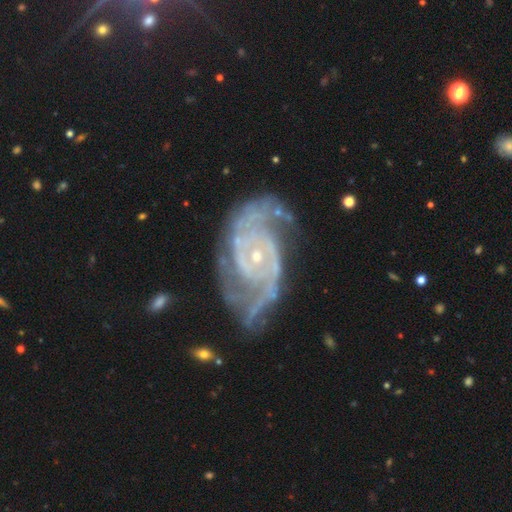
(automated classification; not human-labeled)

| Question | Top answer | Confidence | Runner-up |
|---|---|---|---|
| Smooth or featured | featured or disk | 91% | star or artifact (5%) |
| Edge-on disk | no | 97% | yes (3%) |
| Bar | no | 62% | weak (28%) |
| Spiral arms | yes | 98% | no (2%) |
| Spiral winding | tight | 50% | medium (41%) |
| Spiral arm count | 2 | 61% | 3 (13%) |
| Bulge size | small | 80% | moderate (16%) |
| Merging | none | 62% | minor disturbance (22%) |